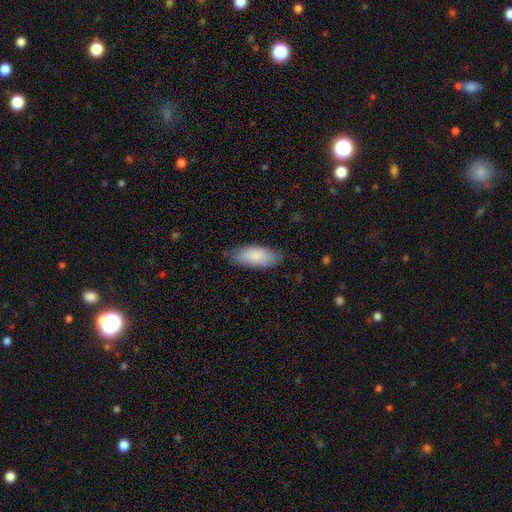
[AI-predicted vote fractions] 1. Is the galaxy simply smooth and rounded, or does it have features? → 85% smooth, 9% featured or disk, 6% star or artifact.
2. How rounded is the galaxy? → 82% in between, 16% cigar-shaped, 2% round.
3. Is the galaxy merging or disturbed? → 77% none, 18% minor disturbance, 3% major disturbance, 1% merger.